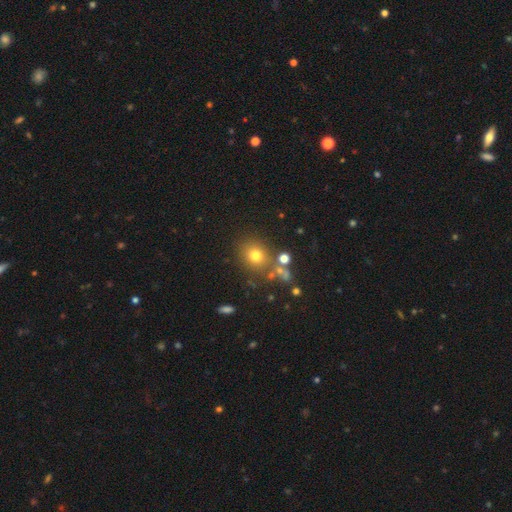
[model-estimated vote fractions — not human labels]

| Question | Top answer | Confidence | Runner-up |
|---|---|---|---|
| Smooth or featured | smooth | 73% | star or artifact (16%) |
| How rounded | round | 76% | in between (23%) |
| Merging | none | 74% | minor disturbance (11%) |